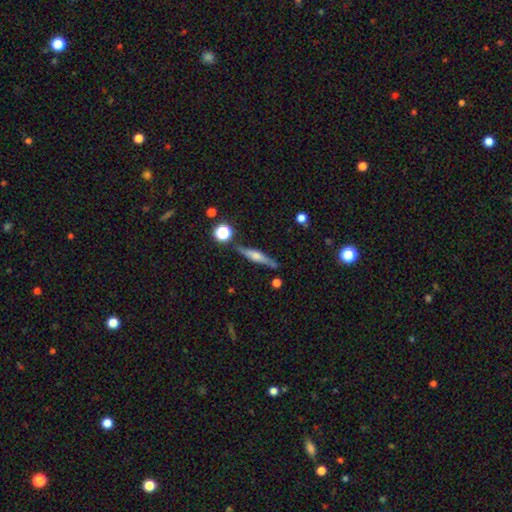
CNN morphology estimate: Smooth or featured? featured or disk (68%)
Edge-on disk? yes (96%)
Edge-on bulge? rounded (76%)
Merging? none (83%)